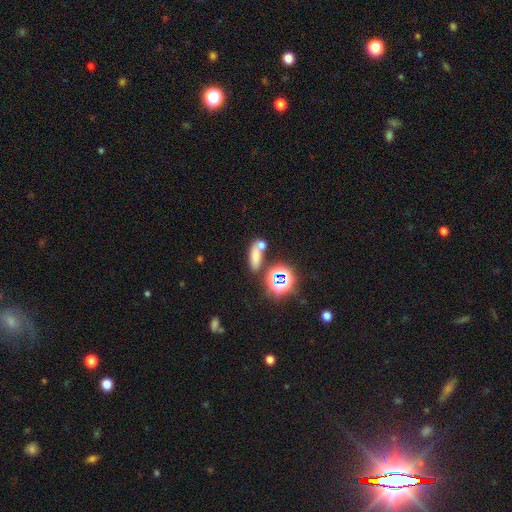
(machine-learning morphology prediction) type=smooth (63%); roundness=in between (63%); merging=none (47%).